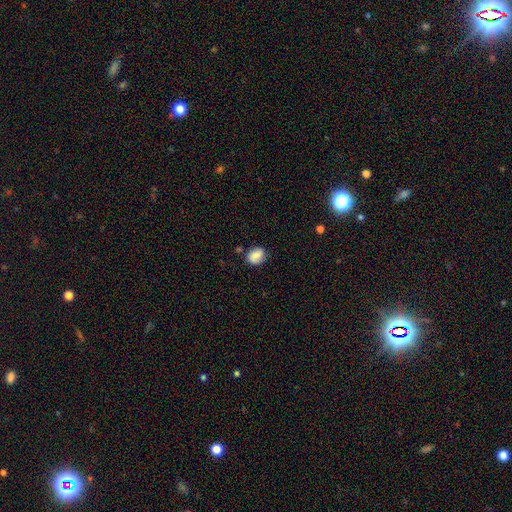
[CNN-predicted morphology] smooth 78%, featured or disk 13%, star or artifact 9%. Down the decision tree: how rounded — in between (56%); merging — none (70%).